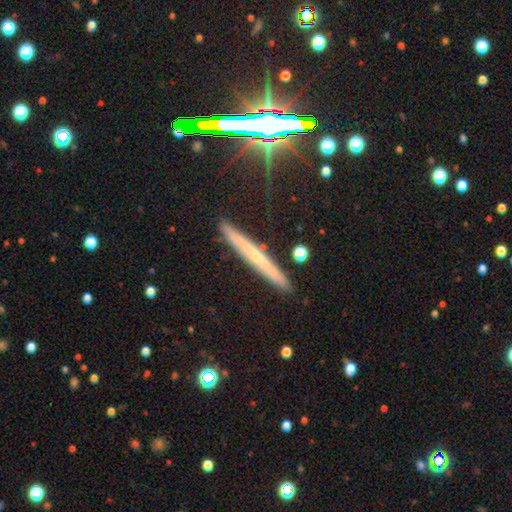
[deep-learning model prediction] smooth-or-featured: featured or disk: 55% | smooth: 34% | star or artifact: 12%
  disk-edge-on: yes: 93% | no: 7%
    edge-on-bulge: none: 52% | rounded: 44% | boxy: 4%
  merging: none: 86% | minor disturbance: 10% | merger: 2% | major disturbance: 2%